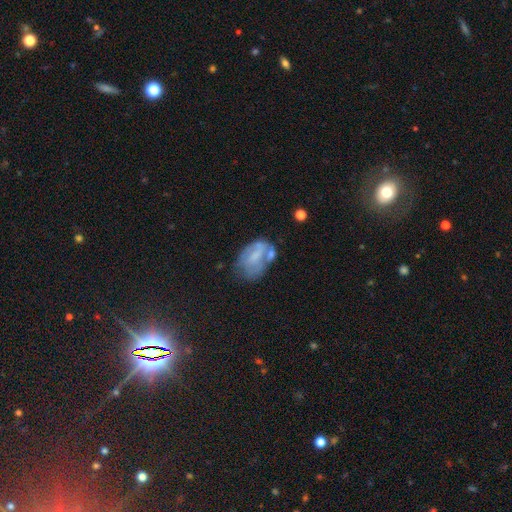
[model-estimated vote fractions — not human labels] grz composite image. It shows a featured or disk galaxy (45%, tied with smooth). Merging: none (33%).